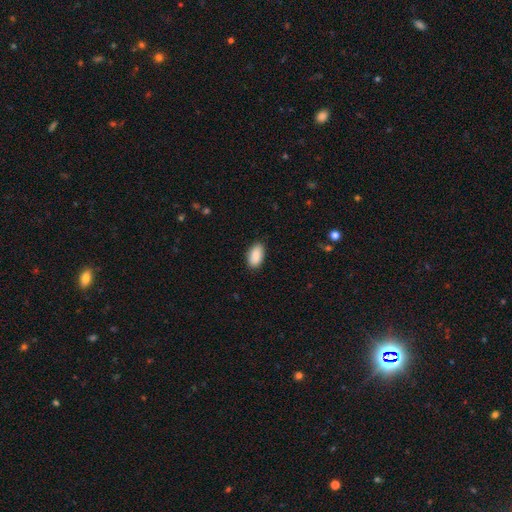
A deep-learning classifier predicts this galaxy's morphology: Smooth or featured? smooth (89%)
How rounded? in between (94%)
Merging? none (86%)